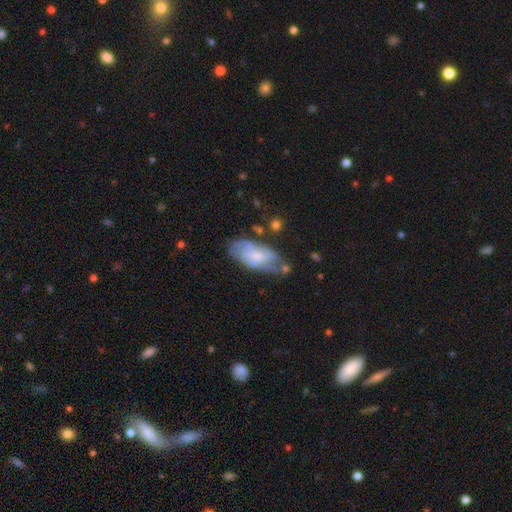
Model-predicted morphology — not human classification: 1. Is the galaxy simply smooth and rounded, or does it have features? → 54% featured or disk, 40% smooth, 7% star or artifact.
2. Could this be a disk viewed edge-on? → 90% no, 10% yes.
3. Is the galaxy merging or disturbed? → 52% none, 29% minor disturbance, 12% major disturbance, 7% merger.